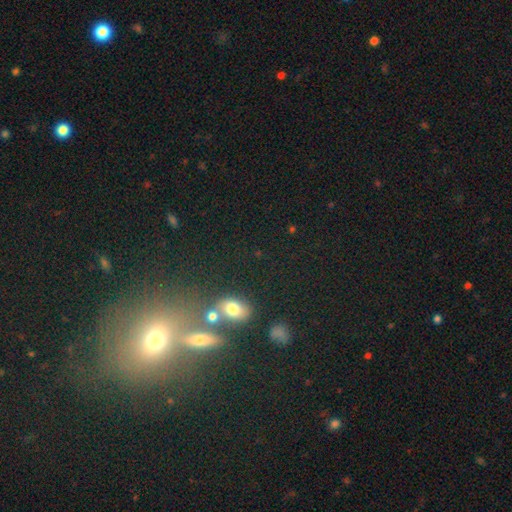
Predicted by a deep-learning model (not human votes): star or artifact 48%, smooth 38%, featured or disk 14%.